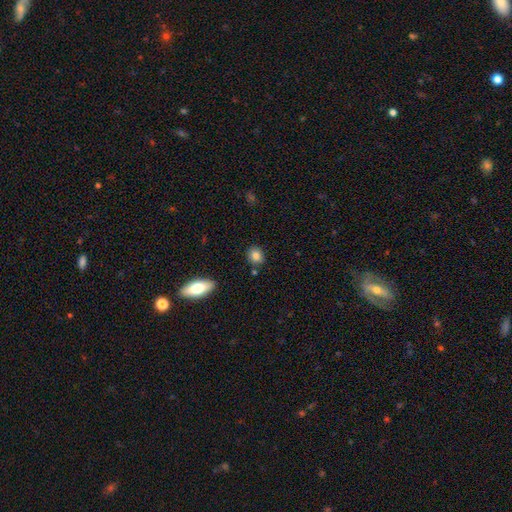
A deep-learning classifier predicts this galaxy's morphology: A smooth galaxy with no disk features (84%) that is round (61%). Merging: none (82%).